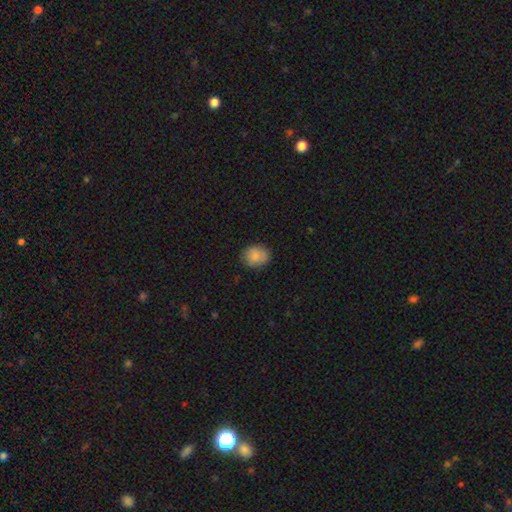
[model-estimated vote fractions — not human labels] smooth 86%, star or artifact 8%, featured or disk 6%. Down the decision tree: how rounded — round (60%); merging — none (83%).